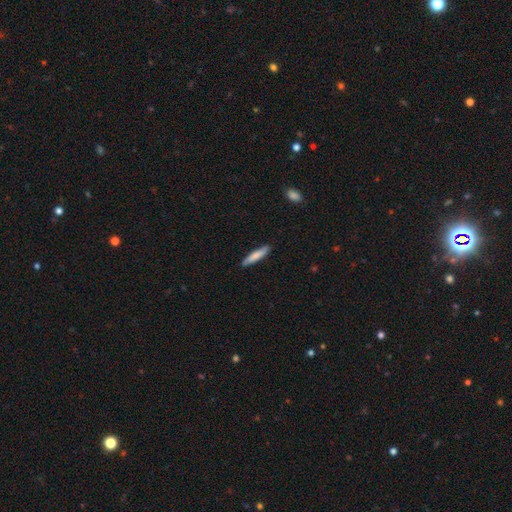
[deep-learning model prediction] Q: Smooth or featured?
A: smooth (74%); runner-up: featured or disk (20%)
Q: How rounded?
A: cigar-shaped (88%); runner-up: in between (10%)
Q: Merging?
A: none (85%); runner-up: minor disturbance (12%)